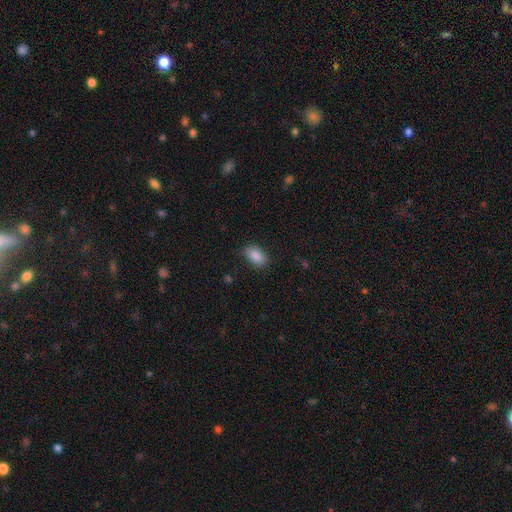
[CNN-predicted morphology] This appears to be a smooth galaxy with no disk features (88%) that is in between round and cigar-shaped (90%). Merging: none (81%).